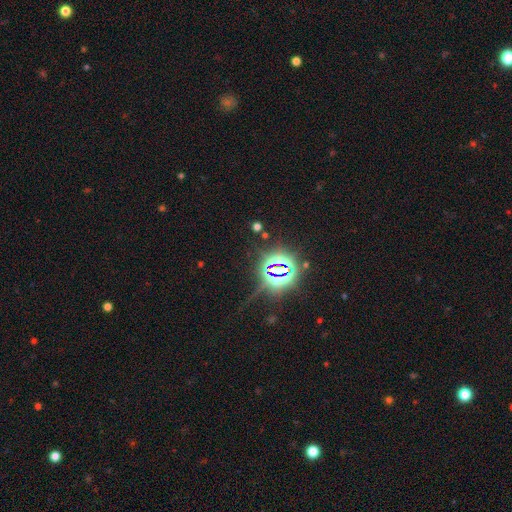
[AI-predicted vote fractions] This appears to be a star or artifact, not a galaxy (80%).